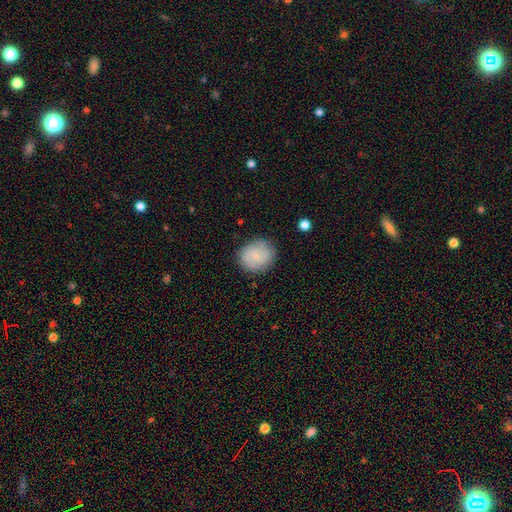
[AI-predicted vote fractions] A smooth galaxy with no disk features (64%) that is round (78%).

Vote fractions:
- Smooth or featured? smooth: 64% / featured or disk: 28% / star or artifact: 8%
- How rounded? round: 78% / in between: 21% / cigar-shaped: 1%
- Merging? none: 82% / minor disturbance: 13% / major disturbance: 3% / merger: 1%